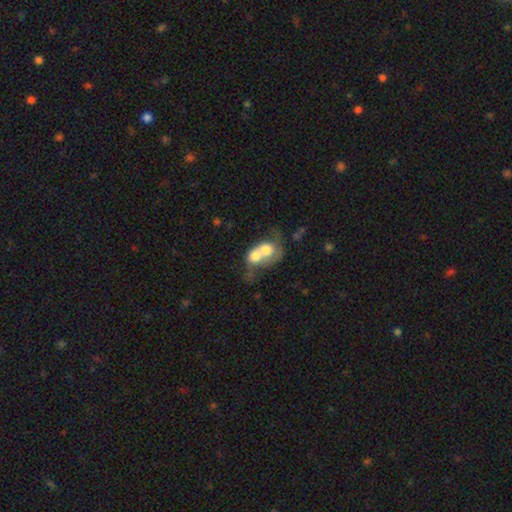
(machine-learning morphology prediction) type=smooth (59%); roundness=round (52%); merging=merger (81%).